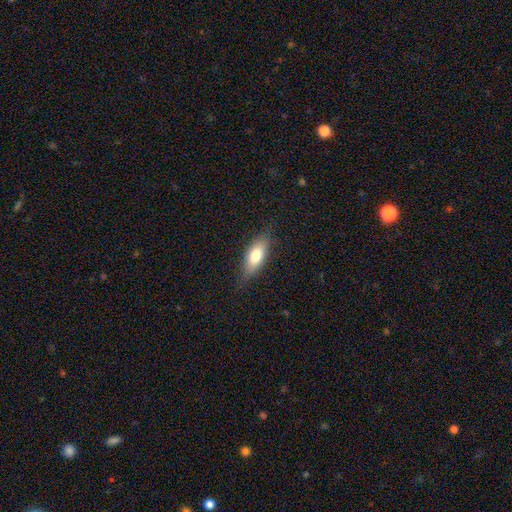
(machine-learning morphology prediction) The model was most divided on "how rounded": in between: 70%, cigar-shaped: 27%, round: 3%. More confident: merging — none (80%); smooth or featured — smooth (73%).